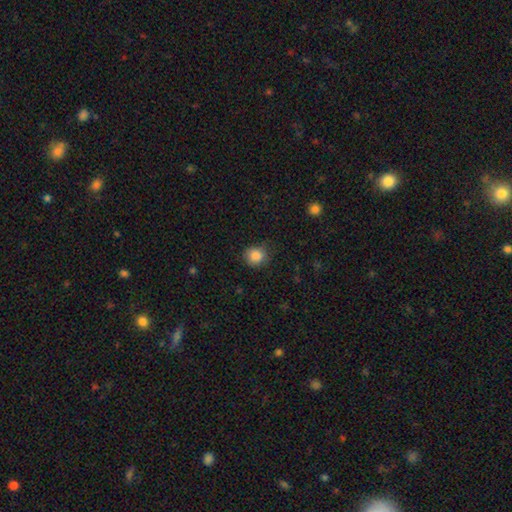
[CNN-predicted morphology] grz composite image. It shows a smooth galaxy with no disk features (86%) that is round (84%). Merging: none (78%).